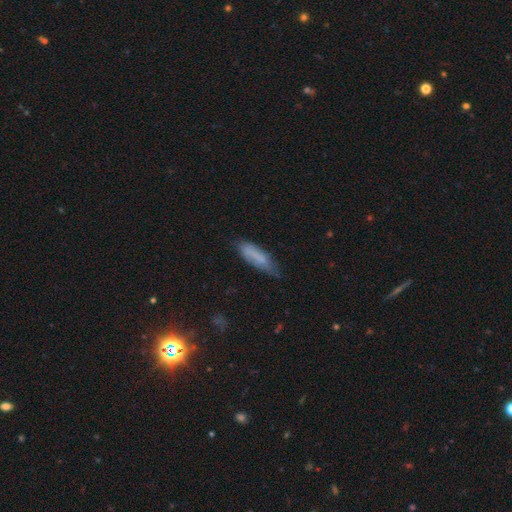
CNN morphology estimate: Smooth or featured?
  - smooth: 69% *
  - featured or disk: 23%
  - star or artifact: 9%
How rounded?
  - cigar-shaped: 55% *
  - in between: 43%
  - round: 2%
Merging?
  - none: 58% *
  - minor disturbance: 31%
  - major disturbance: 9%
  - merger: 3%